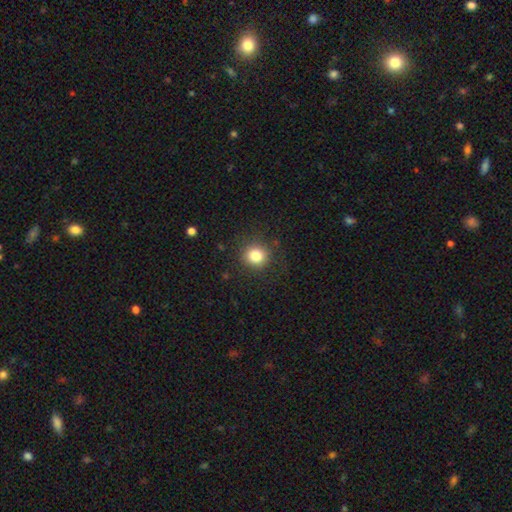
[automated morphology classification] smooth_or_featured: smooth (p=0.82) [alt: star or artifact p=0.11]
how_rounded: round (p=0.89) [alt: in between p=0.10]
merging: none (p=0.87) [alt: minor disturbance p=0.08]